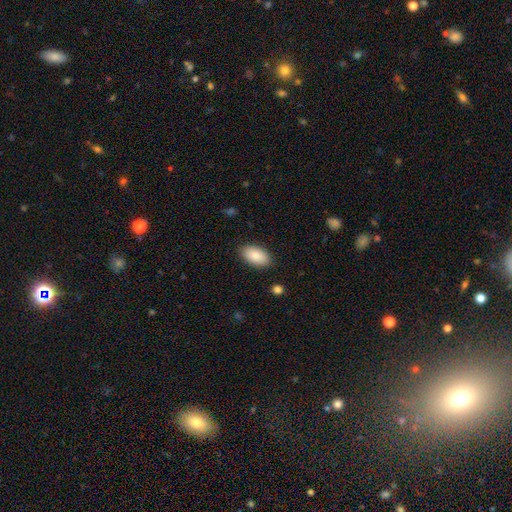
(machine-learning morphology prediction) Overall: smooth (88%). How rounded: in between (95%). Merging: none (88%).